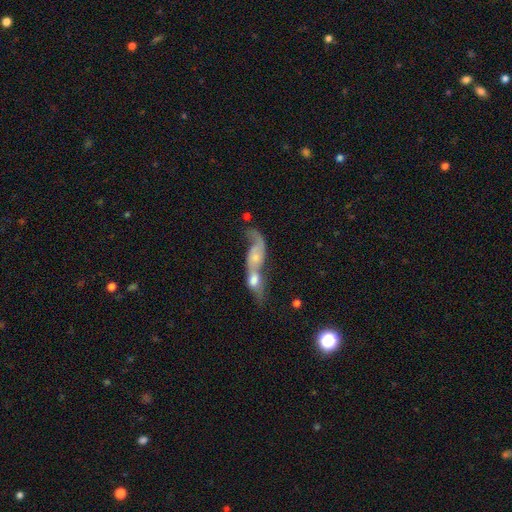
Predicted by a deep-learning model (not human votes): Q: Smooth or featured?
A: featured or disk (57%); runner-up: smooth (34%)
Q: Edge-on disk?
A: no (89%); runner-up: yes (11%)
Q: Bar?
A: no (72%); runner-up: weak (22%)
Q: Spiral arms?
A: yes (66%); runner-up: no (34%)
Q: Bulge size?
A: moderate (41%); runner-up: small (37%)
Q: Merging?
A: merger (80%); runner-up: none (8%)